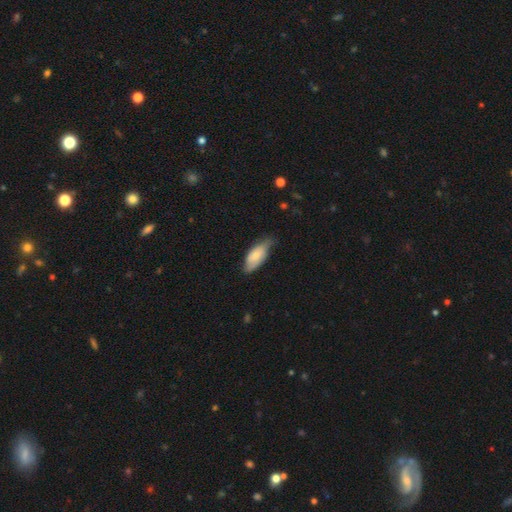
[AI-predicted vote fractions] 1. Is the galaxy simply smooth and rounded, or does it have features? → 72% smooth, 22% featured or disk, 6% star or artifact.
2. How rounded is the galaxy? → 87% in between, 11% cigar-shaped, 2% round.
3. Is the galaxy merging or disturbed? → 50% none, 41% minor disturbance, 8% major disturbance, 2% merger.